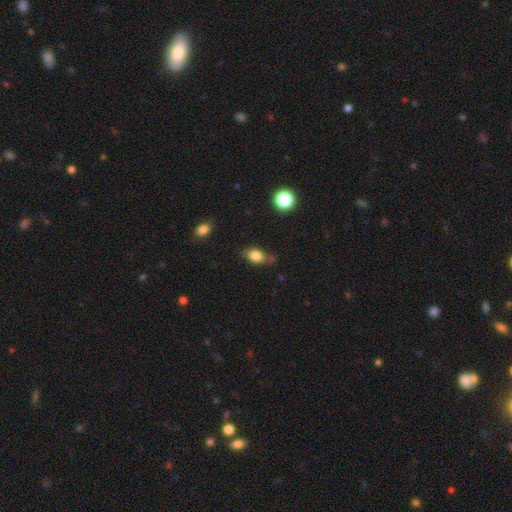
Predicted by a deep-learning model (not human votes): Smooth or featured? Predicted: smooth (p=0.81). How rounded? Predicted: in between (p=0.79). Merging? Predicted: none (p=0.62).